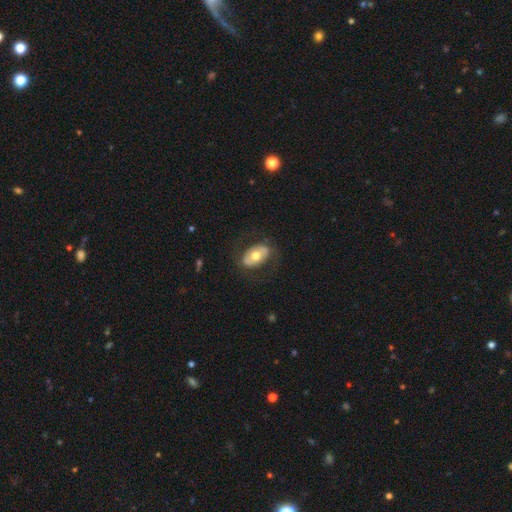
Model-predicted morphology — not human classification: Smooth or featured?
  - smooth: 49% *
  - featured or disk: 45%
  - star or artifact: 6%
Merging?
  - none: 75% *
  - minor disturbance: 14%
  - major disturbance: 10%
  - merger: 1%